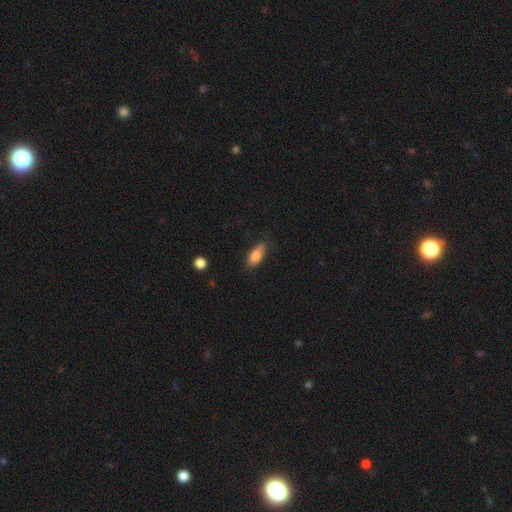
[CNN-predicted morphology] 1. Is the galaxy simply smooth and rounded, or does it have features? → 78% smooth, 15% featured or disk, 7% star or artifact.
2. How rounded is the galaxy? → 80% in between, 17% cigar-shaped, 4% round.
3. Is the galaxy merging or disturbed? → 70% none, 24% minor disturbance, 4% major disturbance, 2% merger.